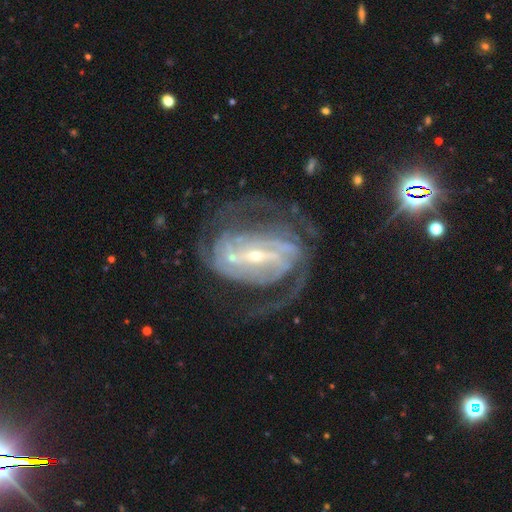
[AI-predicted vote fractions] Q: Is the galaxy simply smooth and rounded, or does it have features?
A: featured or disk — 91%.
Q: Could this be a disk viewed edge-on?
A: no — 96%.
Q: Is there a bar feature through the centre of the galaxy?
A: strong — 67%.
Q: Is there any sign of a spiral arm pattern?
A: yes — 96%.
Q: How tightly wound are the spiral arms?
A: medium — 44%.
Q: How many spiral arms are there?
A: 2 — 50%.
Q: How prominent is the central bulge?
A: small — 74%.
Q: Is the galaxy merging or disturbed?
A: none — 62%.